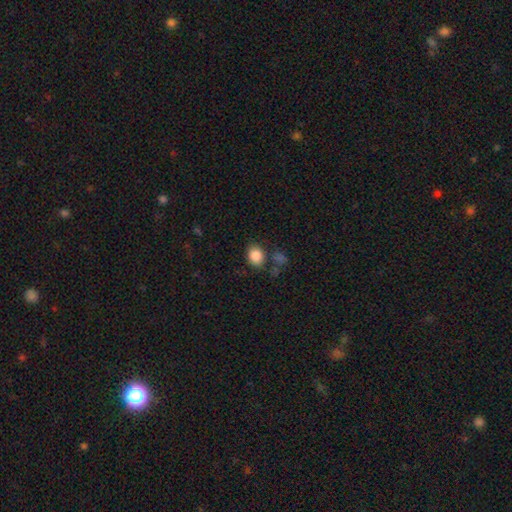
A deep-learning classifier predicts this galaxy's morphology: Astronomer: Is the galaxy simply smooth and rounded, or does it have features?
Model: smooth — 86%.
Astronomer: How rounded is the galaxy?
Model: round — 50% (runner-up: in between, 49%).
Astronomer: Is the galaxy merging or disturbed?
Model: none — 71%.